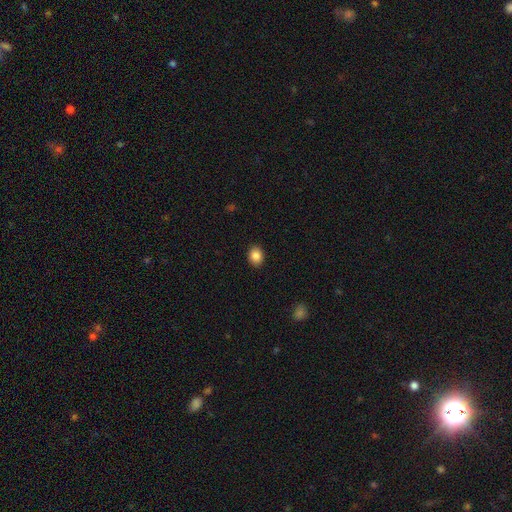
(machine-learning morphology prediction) Smooth or featured? Predicted: smooth (p=0.87). How rounded? Predicted: round (p=0.50). Merging? Predicted: none (p=0.91).